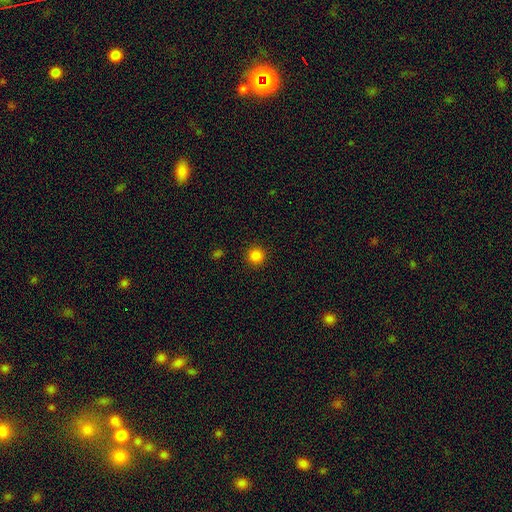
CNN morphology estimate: Q: Smooth or featured?
A: smooth (84%); runner-up: star or artifact (12%)
Q: How rounded?
A: round (95%); runner-up: in between (4%)
Q: Merging?
A: none (92%); runner-up: minor disturbance (5%)